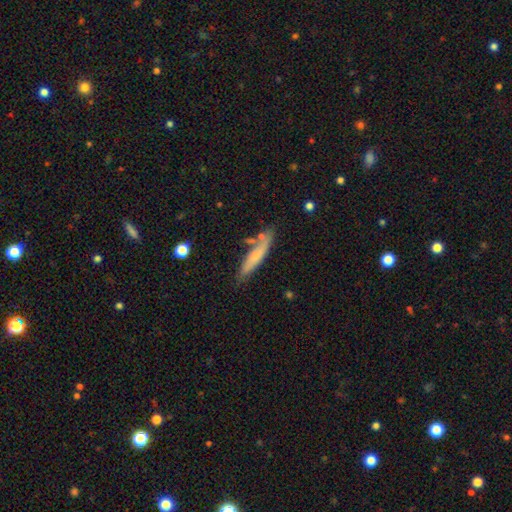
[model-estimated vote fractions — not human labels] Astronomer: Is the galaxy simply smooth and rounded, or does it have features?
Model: smooth — 60%.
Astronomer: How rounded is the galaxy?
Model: cigar-shaped — 84%.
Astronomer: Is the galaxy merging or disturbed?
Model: none — 65%.